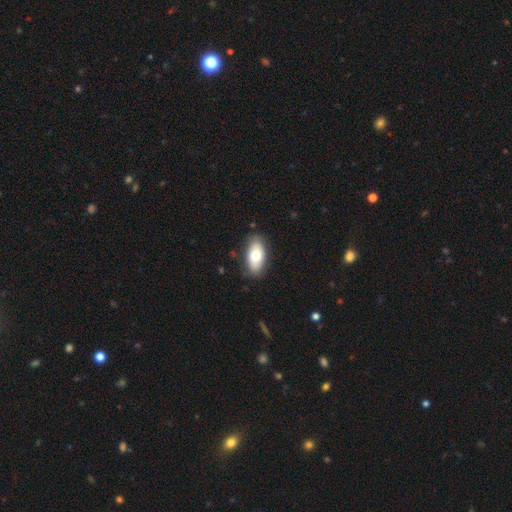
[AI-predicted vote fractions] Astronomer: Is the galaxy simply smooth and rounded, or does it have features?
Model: smooth — 71%.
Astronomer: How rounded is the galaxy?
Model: in between — 92%.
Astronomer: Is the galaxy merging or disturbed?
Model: none — 85%.